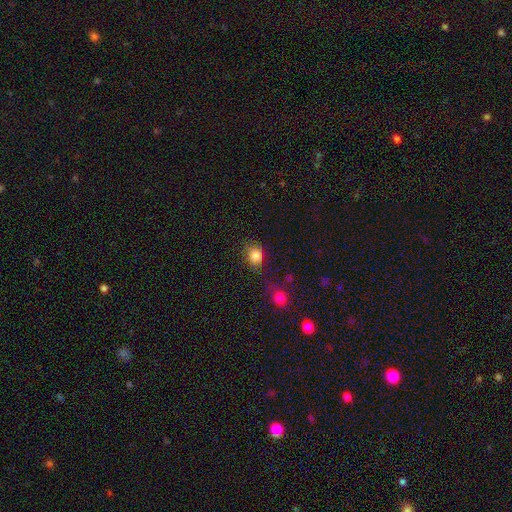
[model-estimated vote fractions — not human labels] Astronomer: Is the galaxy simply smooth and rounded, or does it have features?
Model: smooth — 82%.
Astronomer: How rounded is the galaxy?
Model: round — 59% (runner-up: in between, 40%).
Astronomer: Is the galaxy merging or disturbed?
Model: none — 65%.